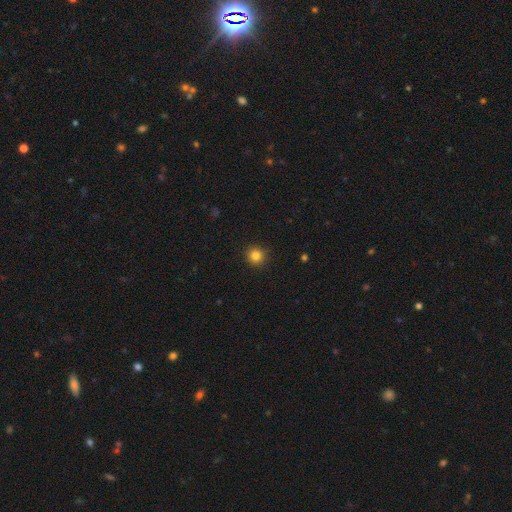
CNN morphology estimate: Smooth or featured?
  - smooth: 83% *
  - star or artifact: 12%
  - featured or disk: 5%
How rounded?
  - round: 94% *
  - in between: 5%
  - cigar-shaped: 1%
Merging?
  - none: 92% *
  - minor disturbance: 5%
  - major disturbance: 2%
  - merger: 1%